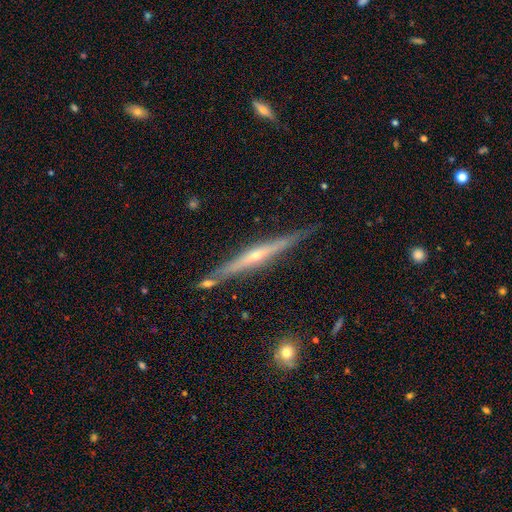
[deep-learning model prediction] Overall: featured or disk (83%). Edge-on disk: yes (98%). Edge-on bulge: rounded (77%). Merging: none (85%).